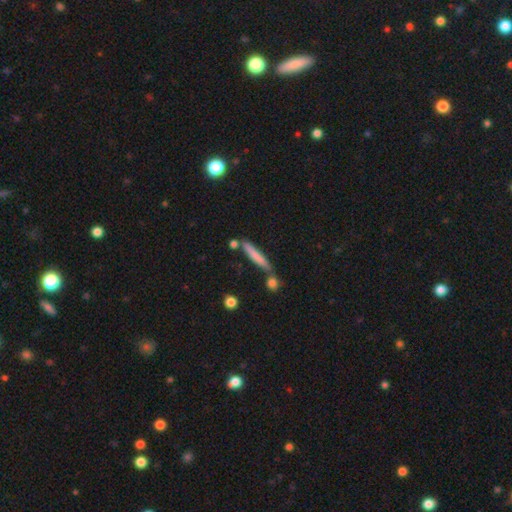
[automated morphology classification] A smooth galaxy with no disk features (70%) that is cigar-shaped (92%).

Vote fractions:
- Smooth or featured? smooth: 70% / featured or disk: 23% / star or artifact: 6%
- How rounded? cigar-shaped: 92% / in between: 6% / round: 2%
- Merging? none: 69% / minor disturbance: 14% / merger: 13% / major disturbance: 4%